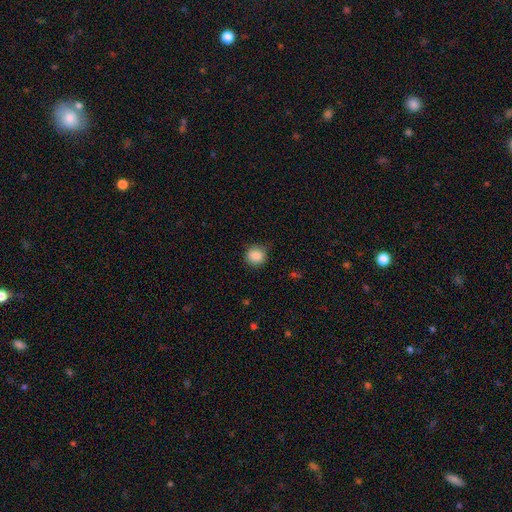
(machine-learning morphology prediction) A smooth galaxy with no disk features (86%) that is round (87%). Merging: none (81%).